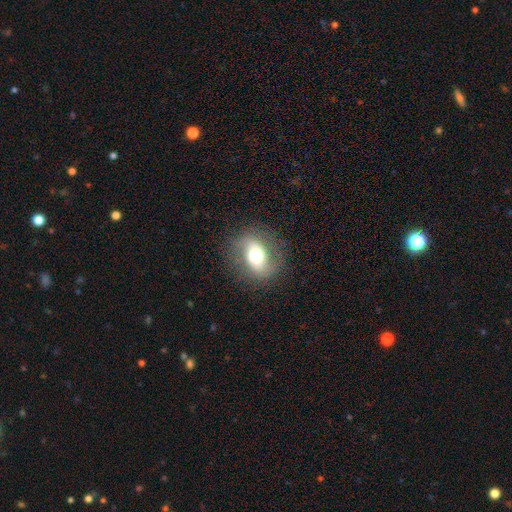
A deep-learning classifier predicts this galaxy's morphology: A smooth galaxy with no disk features (48%).

Vote fractions:
- Smooth or featured? smooth: 48% / featured or disk: 42% / star or artifact: 10%
- Merging? none: 80% / minor disturbance: 13% / major disturbance: 7% / merger: 1%